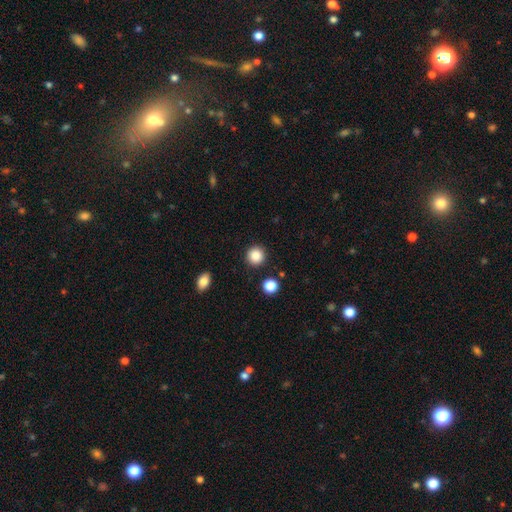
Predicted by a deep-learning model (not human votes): Smooth or featured? smooth (87%)
How rounded? round (94%)
Merging? none (91%)